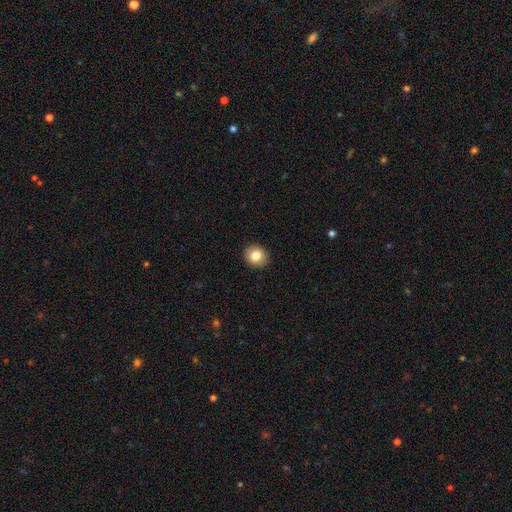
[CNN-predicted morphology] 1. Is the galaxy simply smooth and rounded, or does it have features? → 83% smooth, 9% star or artifact, 8% featured or disk.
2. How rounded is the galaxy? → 83% round, 16% in between, 1% cigar-shaped.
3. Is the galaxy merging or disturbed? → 91% none, 6% minor disturbance, 2% major disturbance, 1% merger.